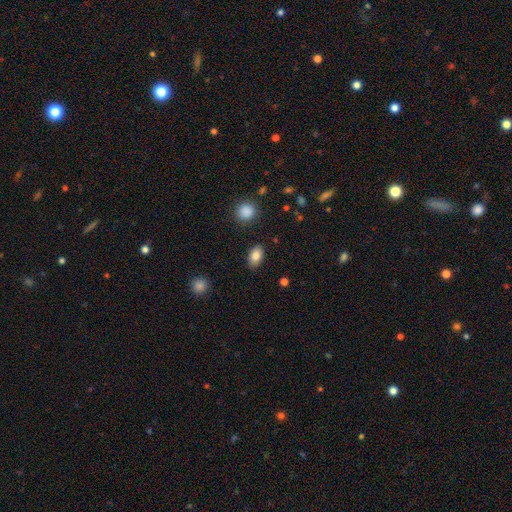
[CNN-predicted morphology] A smooth galaxy with no disk features (83%) that is in between round and cigar-shaped (87%).

Vote fractions:
- Smooth or featured? smooth: 83% / featured or disk: 8% / star or artifact: 8%
- How rounded? in between: 87% / round: 12% / cigar-shaped: 2%
- Merging? none: 86% / minor disturbance: 10% / major disturbance: 3% / merger: 1%